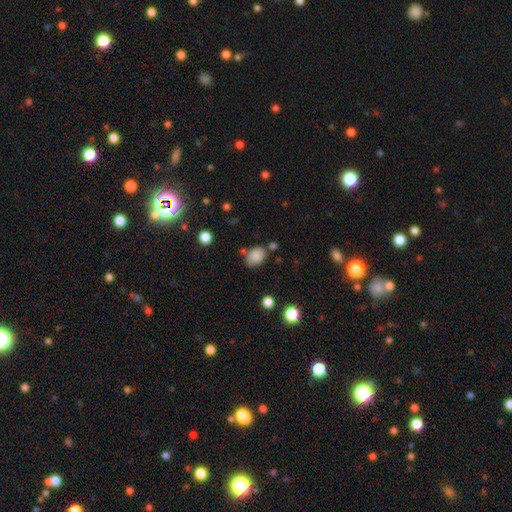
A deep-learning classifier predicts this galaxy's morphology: smooth_or_featured: smooth (p=0.85) [alt: star or artifact p=0.10]
how_rounded: in between (p=0.70) [alt: round p=0.29]
merging: none (p=0.65) [alt: minor disturbance p=0.20]